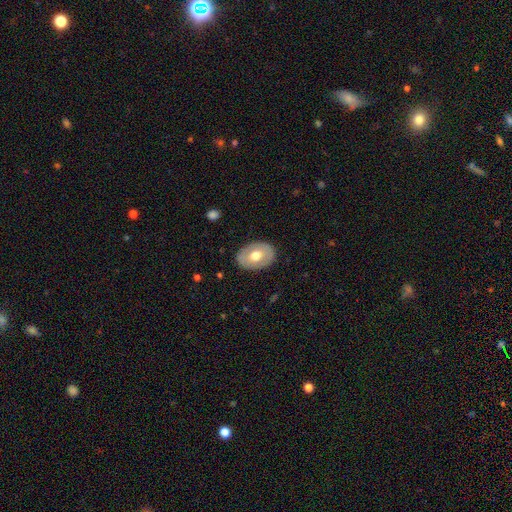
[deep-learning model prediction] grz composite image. It shows a smooth galaxy with no disk features (52%) that is in between round and cigar-shaped (78%). Merging: none (85%).